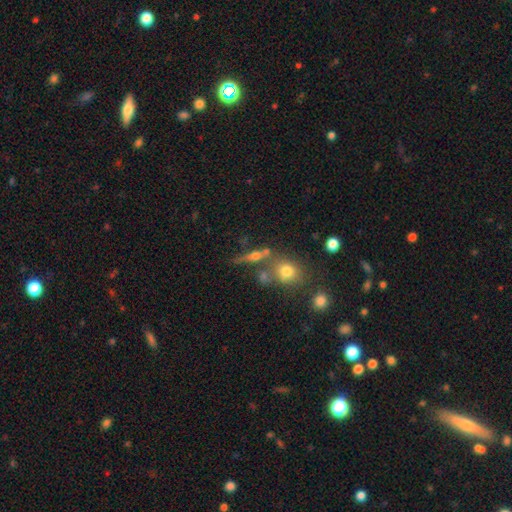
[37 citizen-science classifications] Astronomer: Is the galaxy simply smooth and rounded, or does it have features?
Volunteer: featured or disk — 68%.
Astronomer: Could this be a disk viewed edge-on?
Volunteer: yes — 100%.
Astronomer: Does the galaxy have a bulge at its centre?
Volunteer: rounded — 92%.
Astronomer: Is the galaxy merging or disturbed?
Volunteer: none — 46% (runner-up: minor disturbance, 26%).